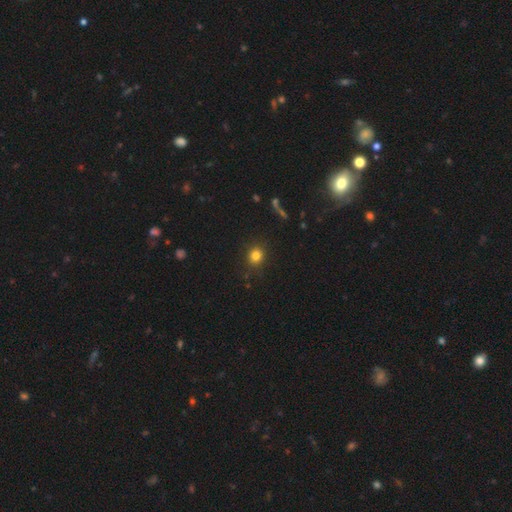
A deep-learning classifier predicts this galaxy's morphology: This appears to be a smooth galaxy with no disk features (81%) that is round (81%). Merging: none (87%).